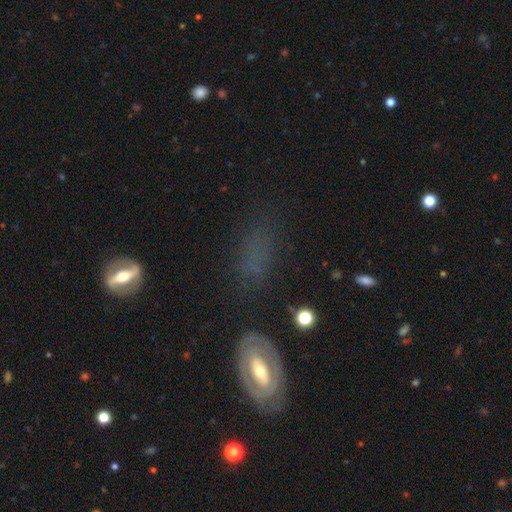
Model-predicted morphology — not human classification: Smooth or featured?
  - smooth: 47% *
  - featured or disk: 27%
  - star or artifact: 26%
Merging?
  - none: 66% *
  - minor disturbance: 18%
  - major disturbance: 11%
  - merger: 5%